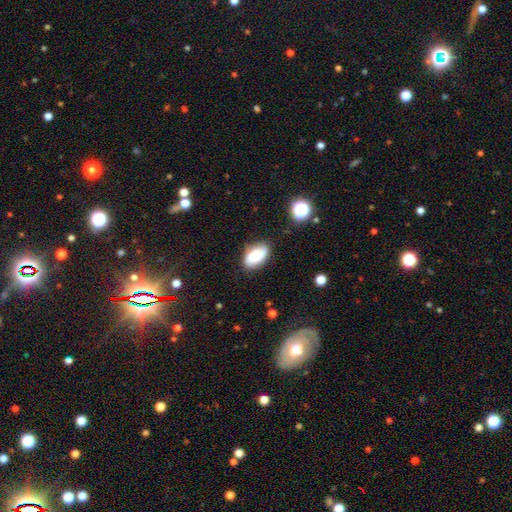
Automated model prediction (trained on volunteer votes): Smooth or featured? Predicted: smooth (p=0.69). How rounded? Predicted: in between (p=0.92). Merging? Predicted: none (p=0.78).